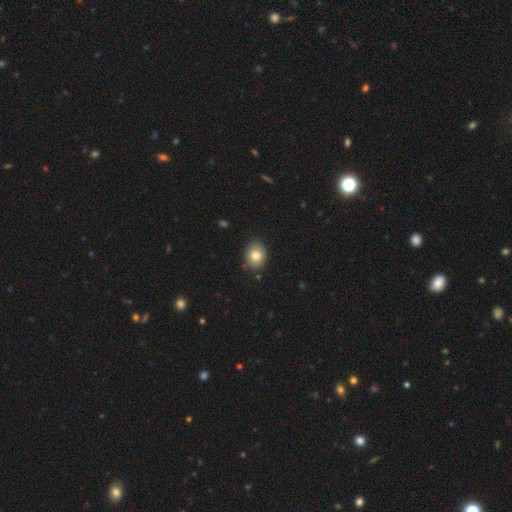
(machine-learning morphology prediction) smooth-or-featured: smooth: 81% | featured or disk: 10% | star or artifact: 9%
  how-rounded: round: 54% | in between: 45% | cigar-shaped: 1%
  merging: none: 84% | minor disturbance: 13% | major disturbance: 2% | merger: 2%